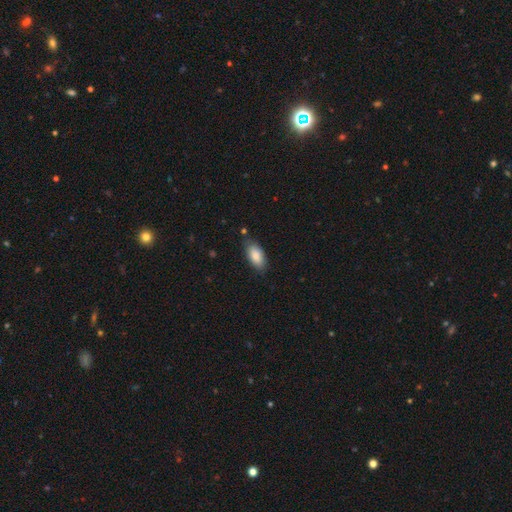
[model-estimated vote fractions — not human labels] Smooth or featured? Predicted: smooth (p=0.86). How rounded? Predicted: in between (p=0.89). Merging? Predicted: none (p=0.75).